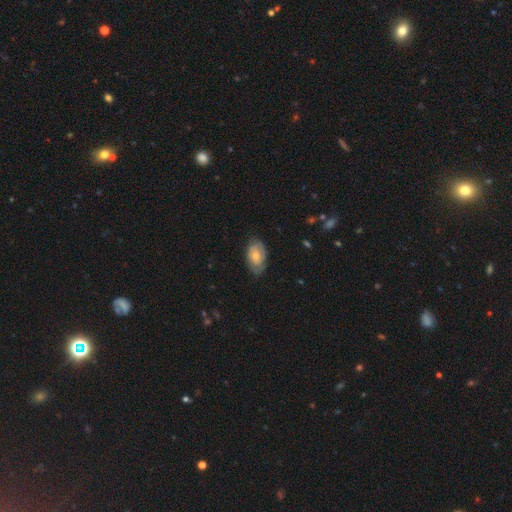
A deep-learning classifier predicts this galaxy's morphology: Q: Smooth or featured?
A: smooth (62%); runner-up: featured or disk (32%)
Q: How rounded?
A: in between (91%); runner-up: round (7%)
Q: Merging?
A: none (66%); runner-up: minor disturbance (27%)